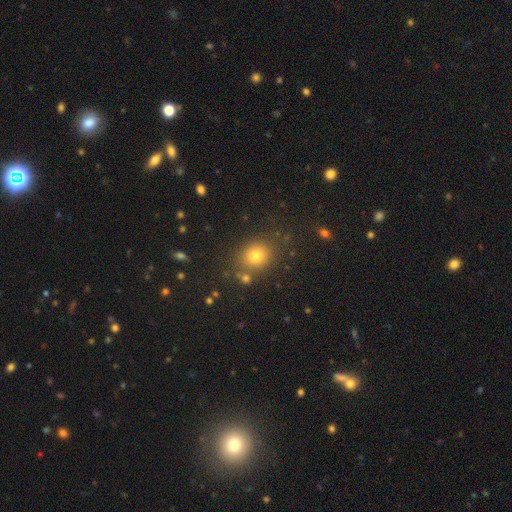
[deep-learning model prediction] This is likely a smooth galaxy (75%). How rounded: likely round (67%). Merging: likely none (79%).